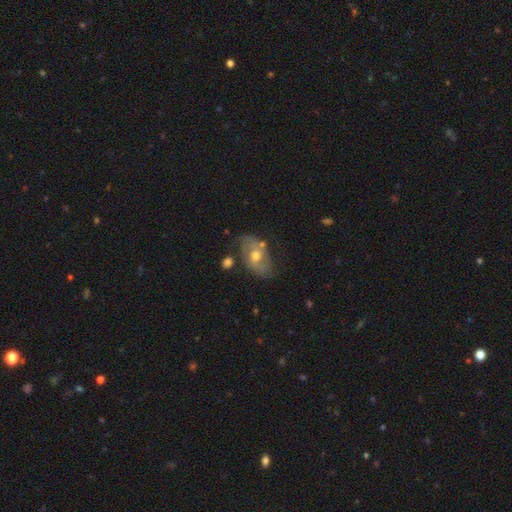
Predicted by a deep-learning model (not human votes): Morphology: type=featured or disk (67%); edge-on=no (94%); bar=no (62%); spiral arms=yes (73%); bulge=moderate (74%); merging=none (62%).